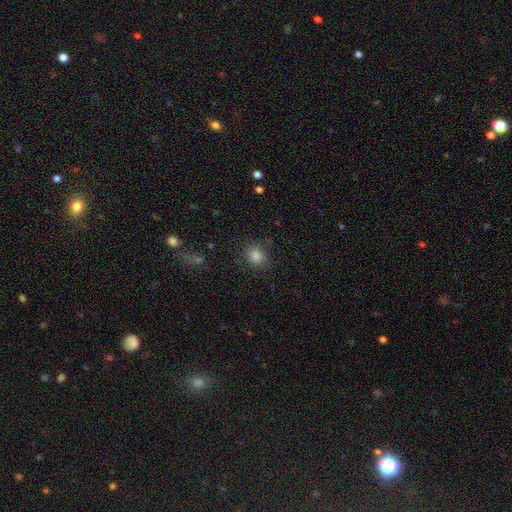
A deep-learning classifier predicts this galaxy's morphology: Overall: smooth (82%). How rounded: round (80%). Merging: none (85%).